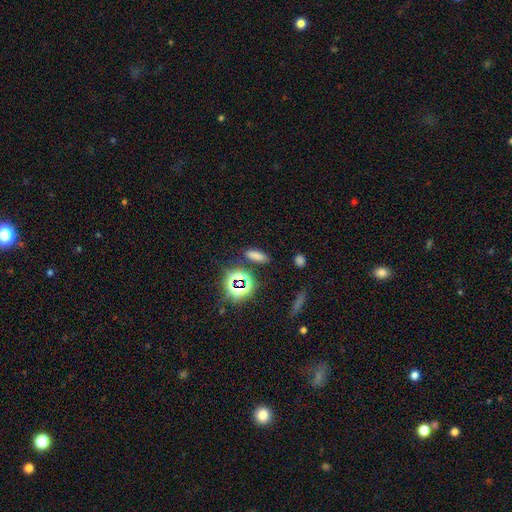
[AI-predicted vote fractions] smooth-or-featured: smooth: 66% | star or artifact: 27% | featured or disk: 7%
  how-rounded: in between: 65% | cigar-shaped: 28% | round: 6%
  merging: none: 83% | minor disturbance: 10% | major disturbance: 4% | merger: 4%